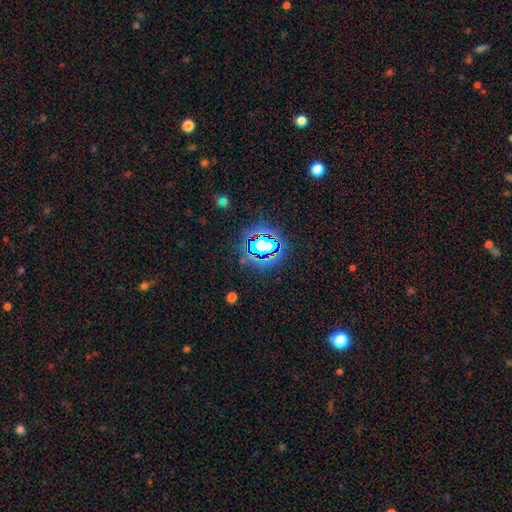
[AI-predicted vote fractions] A star or artifact, not a galaxy (76%).